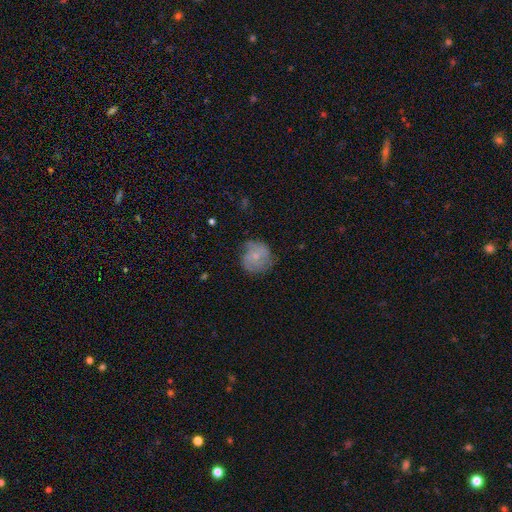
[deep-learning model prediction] Smooth or featured? Predicted: smooth (p=0.54). How rounded? Predicted: round (p=0.88). Merging? Predicted: none (p=0.66).